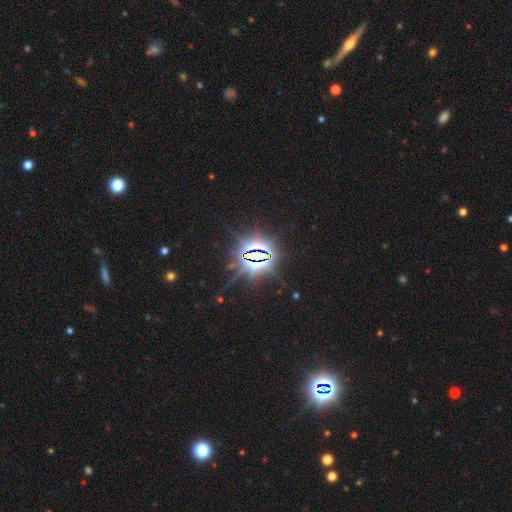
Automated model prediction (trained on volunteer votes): smooth-or-featured: star or artifact: 86% | featured or disk: 7% | smooth: 7%